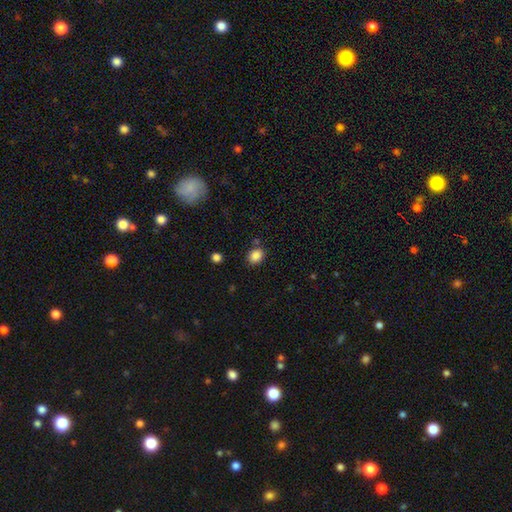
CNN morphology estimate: A smooth galaxy with no disk features (87%) that is round (51%).

Vote fractions:
- Smooth or featured? smooth: 87% / star or artifact: 10% / featured or disk: 4%
- How rounded? round: 51% / in between: 48% / cigar-shaped: 1%
- Merging? none: 80% / minor disturbance: 12% / merger: 5% / major disturbance: 3%